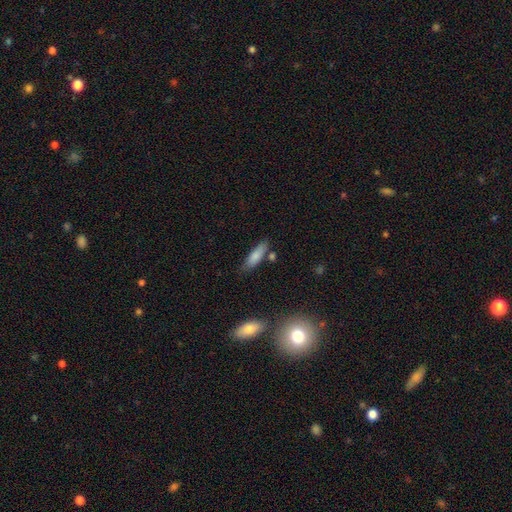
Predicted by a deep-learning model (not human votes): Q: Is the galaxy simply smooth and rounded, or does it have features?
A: smooth — 80%.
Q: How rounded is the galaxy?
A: in between — 49%, tied with cigar-shaped.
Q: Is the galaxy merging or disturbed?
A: none — 71%.